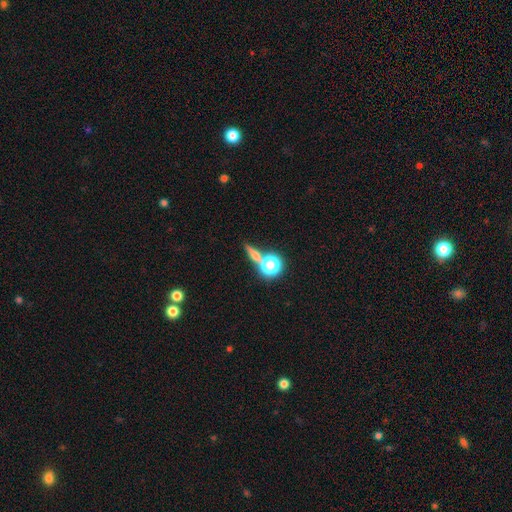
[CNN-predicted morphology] The model was most divided on "smooth or featured": smooth: 48%, star or artifact: 28%, featured or disk: 24%. More confident: merging — none (65%).